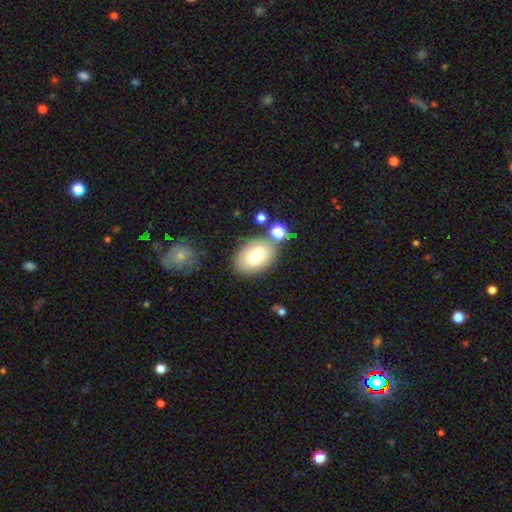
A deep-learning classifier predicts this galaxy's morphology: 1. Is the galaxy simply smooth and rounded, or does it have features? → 73% smooth, 17% featured or disk, 10% star or artifact.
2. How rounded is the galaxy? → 83% in between, 16% round, 1% cigar-shaped.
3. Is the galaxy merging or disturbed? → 74% none, 13% minor disturbance, 9% merger, 4% major disturbance.